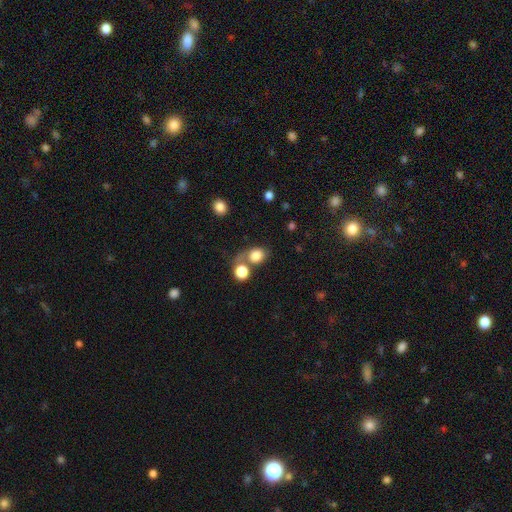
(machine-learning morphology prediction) smooth_or_featured: smooth (p=0.81) [alt: star or artifact p=0.10]
how_rounded: round (p=0.57) [alt: in between p=0.42]
merging: none (p=0.44) [alt: merger p=0.33]